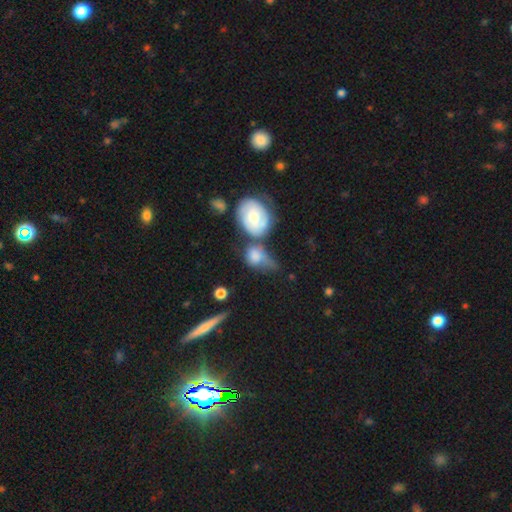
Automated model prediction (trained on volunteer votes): Smooth or featured?
  - smooth: 65% *
  - featured or disk: 27%
  - star or artifact: 8%
How rounded?
  - in between: 56% *
  - round: 41%
  - cigar-shaped: 2%
Merging?
  - merger: 37% *
  - none: 22%
  - major disturbance: 21%
  - minor disturbance: 20%